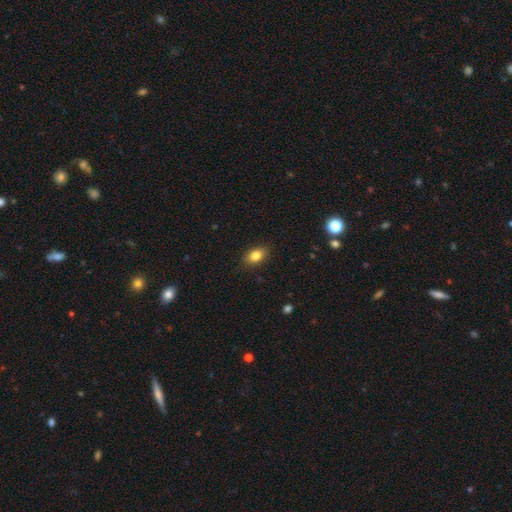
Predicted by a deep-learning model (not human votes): Smooth or featured: smooth — 83% (star or artifact — 9%)
How rounded: in between — 83% (round — 15%)
Merging: none — 87% (minor disturbance — 10%)